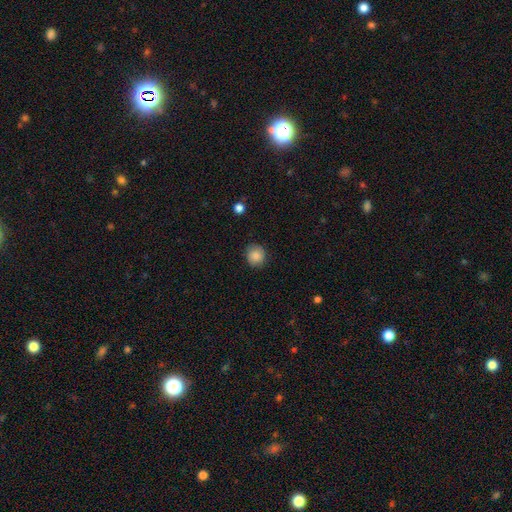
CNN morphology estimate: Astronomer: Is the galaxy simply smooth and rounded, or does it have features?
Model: smooth — 86%.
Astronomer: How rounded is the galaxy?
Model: round — 89%.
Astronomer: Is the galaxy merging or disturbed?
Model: none — 86%.